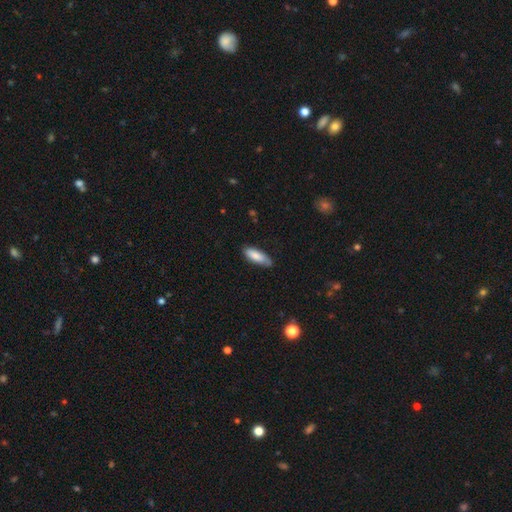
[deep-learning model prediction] Smooth or featured?
  - smooth: 81% *
  - featured or disk: 13%
  - star or artifact: 6%
How rounded?
  - in between: 64% *
  - cigar-shaped: 34%
  - round: 2%
Merging?
  - none: 69% *
  - minor disturbance: 26%
  - major disturbance: 4%
  - merger: 2%